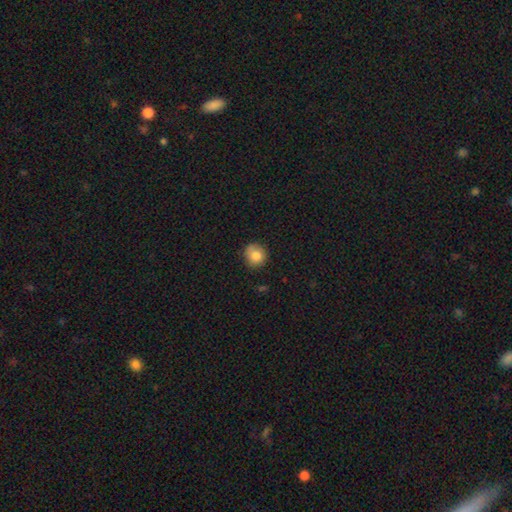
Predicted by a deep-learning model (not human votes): smooth 82%, star or artifact 9%, featured or disk 8%. Down the decision tree: how rounded — round (87%); merging — none (77%).